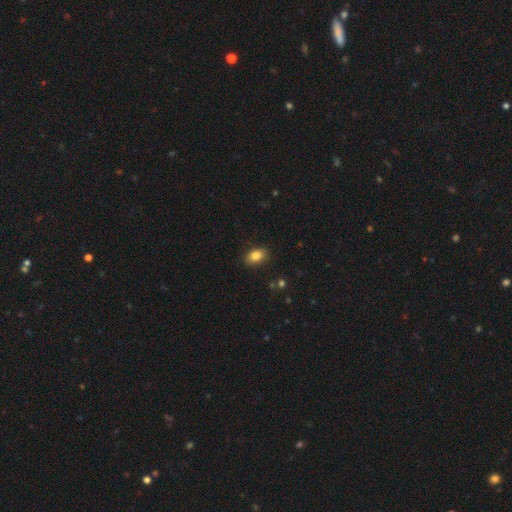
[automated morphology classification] Smooth or featured: smooth — 85% (star or artifact — 9%)
How rounded: in between — 84% (round — 15%)
Merging: none — 86% (minor disturbance — 10%)